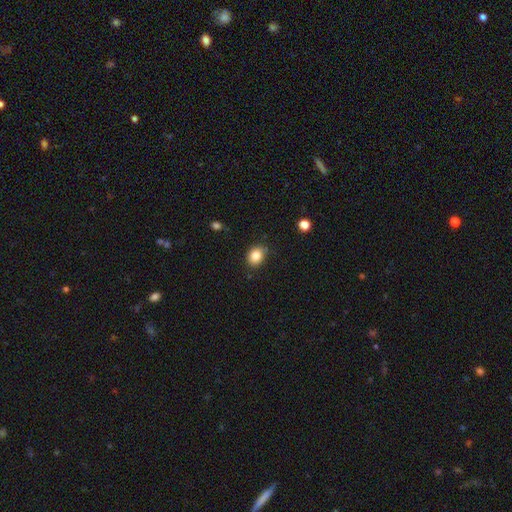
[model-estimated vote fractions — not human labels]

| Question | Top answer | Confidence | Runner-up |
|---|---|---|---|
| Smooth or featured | smooth | 85% | star or artifact (10%) |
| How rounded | in between | 50% | round (49%) |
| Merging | none | 82% | minor disturbance (13%) |